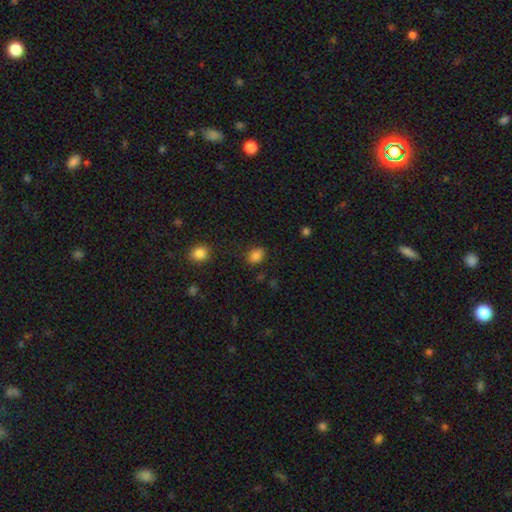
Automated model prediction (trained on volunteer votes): Q: Smooth or featured?
A: smooth (84%); runner-up: star or artifact (12%)
Q: How rounded?
A: in between (74%); runner-up: round (25%)
Q: Merging?
A: none (80%); runner-up: minor disturbance (15%)